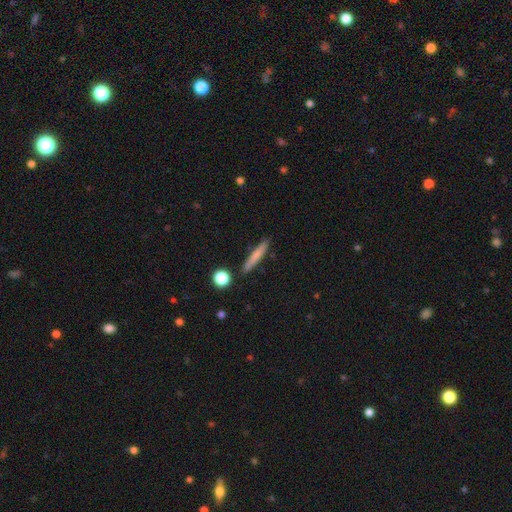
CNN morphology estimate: This appears to be a smooth galaxy with no disk features (71%) that is cigar-shaped (92%). Merging: none (86%).